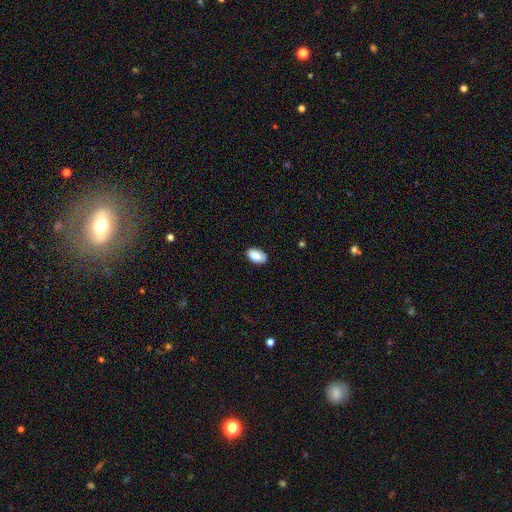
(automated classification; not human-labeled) Overall: smooth (88%). How rounded: in between (94%). Merging: none (83%).